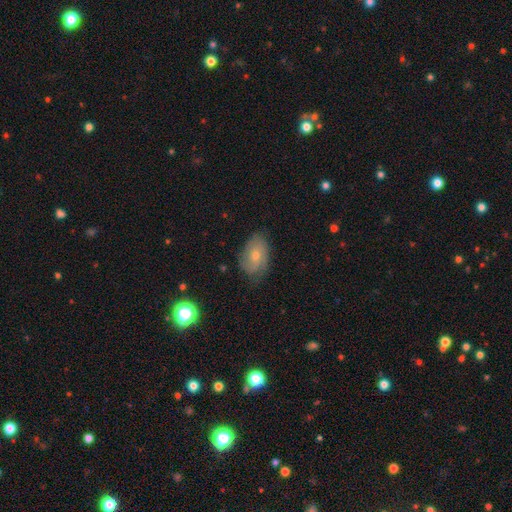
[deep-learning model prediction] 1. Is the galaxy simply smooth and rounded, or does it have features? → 47% smooth, 45% featured or disk, 8% star or artifact.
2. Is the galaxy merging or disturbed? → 66% none, 26% minor disturbance, 7% major disturbance, 1% merger.